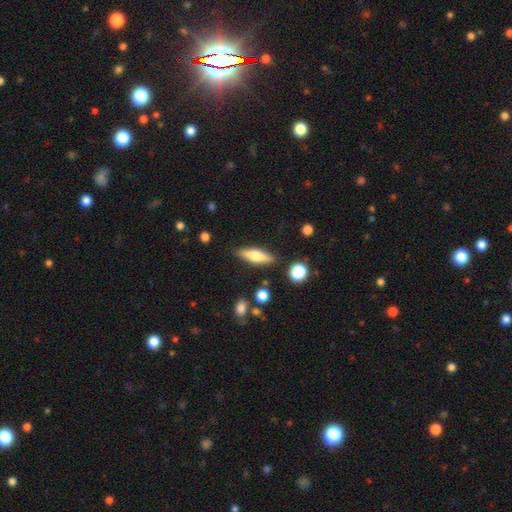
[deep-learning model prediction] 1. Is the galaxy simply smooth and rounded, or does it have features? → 58% smooth, 35% featured or disk, 7% star or artifact.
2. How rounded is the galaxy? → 58% cigar-shaped, 39% in between, 3% round.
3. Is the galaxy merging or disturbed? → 84% none, 10% minor disturbance, 3% merger, 3% major disturbance.